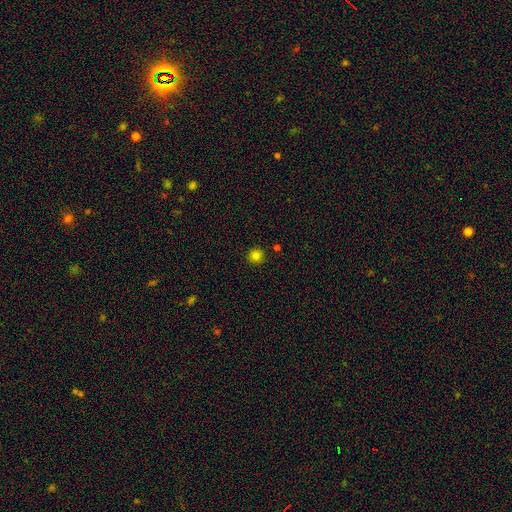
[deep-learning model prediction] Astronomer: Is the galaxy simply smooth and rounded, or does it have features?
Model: smooth — 81%.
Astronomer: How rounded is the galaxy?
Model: round — 94%.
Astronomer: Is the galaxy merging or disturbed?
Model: none — 91%.